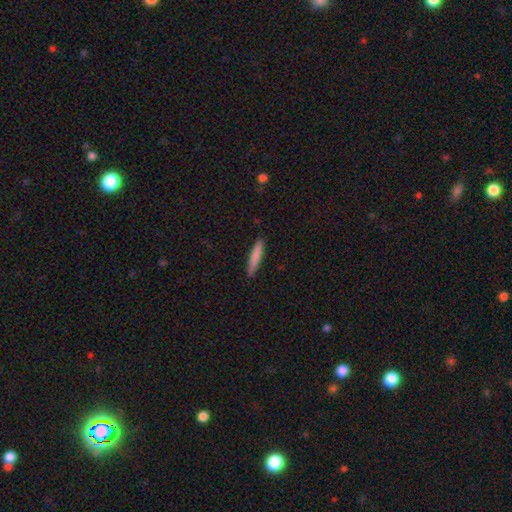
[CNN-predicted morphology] A smooth galaxy with no disk features (82%) that is cigar-shaped (90%). Merging: none (87%).